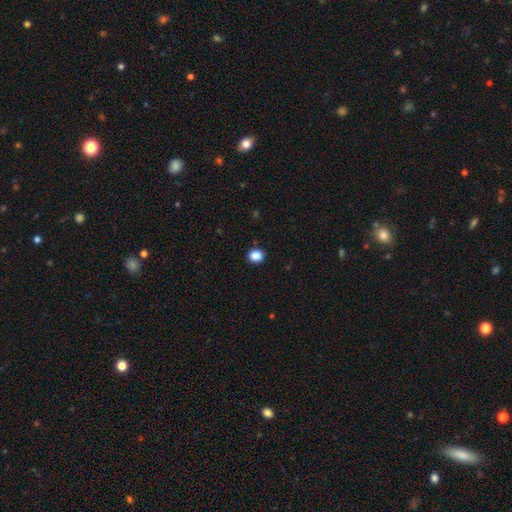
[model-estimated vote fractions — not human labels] The model was most divided on "how rounded": round: 67%, in between: 32%, cigar-shaped: 1%. More confident: merging — none (91%); smooth or featured — smooth (88%).